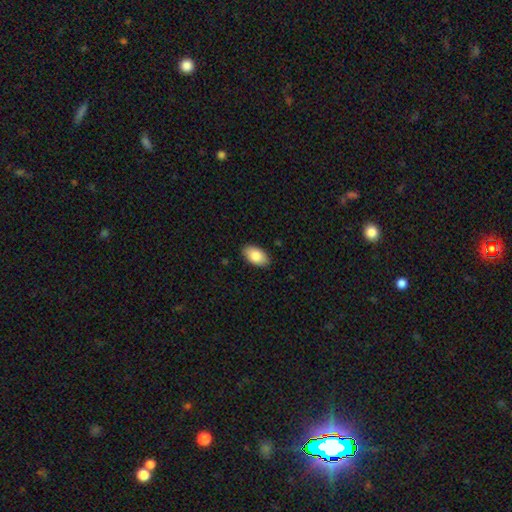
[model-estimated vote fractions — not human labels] Smooth or featured?
  - smooth: 86% *
  - featured or disk: 8%
  - star or artifact: 6%
How rounded?
  - in between: 94% *
  - round: 4%
  - cigar-shaped: 2%
Merging?
  - none: 88% *
  - minor disturbance: 9%
  - major disturbance: 2%
  - merger: 1%